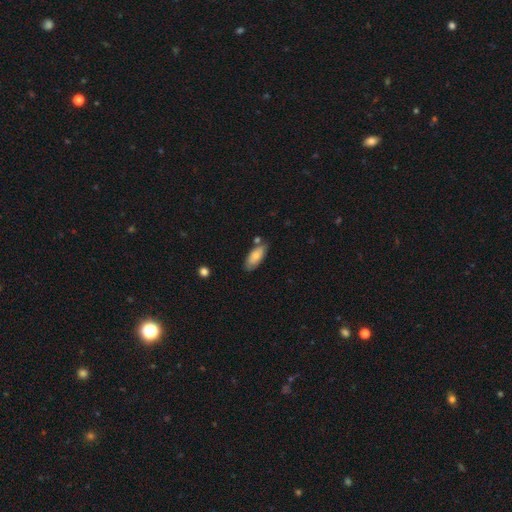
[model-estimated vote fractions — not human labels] Smooth or featured? smooth (75%)
How rounded? in between (85%)
Merging? none (69%)